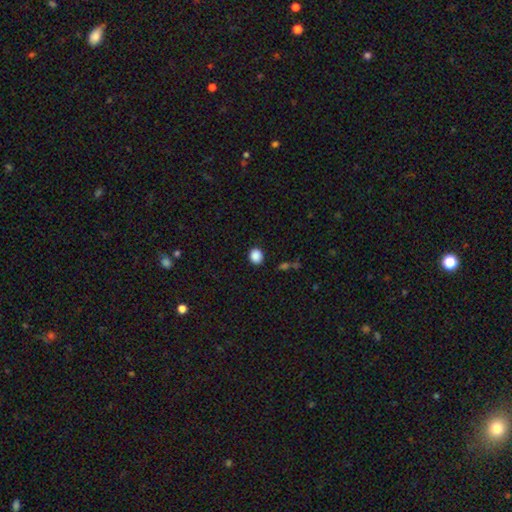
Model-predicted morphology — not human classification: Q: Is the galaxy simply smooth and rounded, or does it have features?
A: smooth — 88%.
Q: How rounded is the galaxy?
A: round — 73%.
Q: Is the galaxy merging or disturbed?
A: none — 89%.